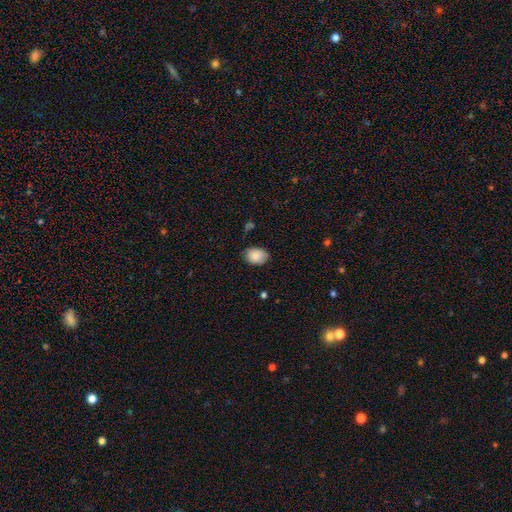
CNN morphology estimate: Smooth or featured? smooth (85%)
How rounded? in between (77%)
Merging? none (73%)